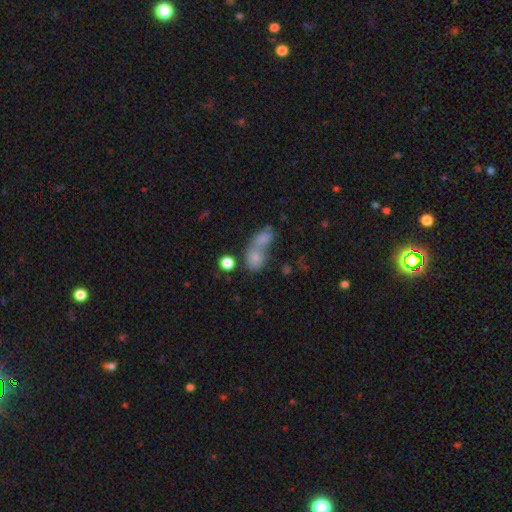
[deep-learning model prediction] smooth 74%, star or artifact 13%, featured or disk 13%. Down the decision tree: how rounded — in between (58%); merging — merger (62%).